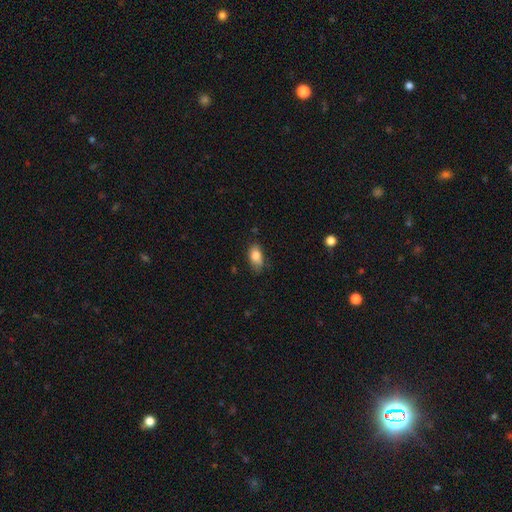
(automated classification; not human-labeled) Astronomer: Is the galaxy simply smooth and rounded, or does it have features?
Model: smooth — 83%.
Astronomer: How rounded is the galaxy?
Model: in between — 89%.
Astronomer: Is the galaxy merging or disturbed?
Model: none — 66%.